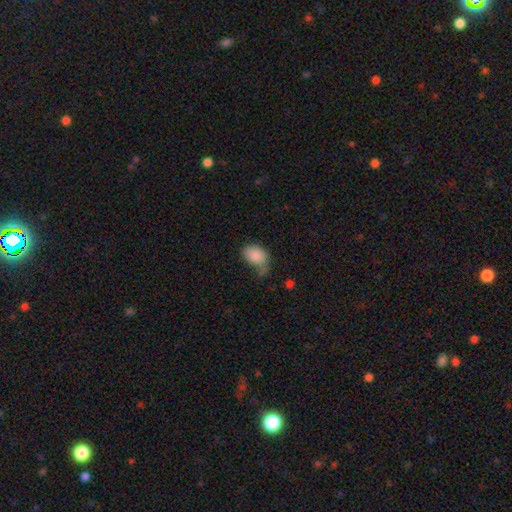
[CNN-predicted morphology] This is clearly a smooth galaxy (85%). How rounded: clearly in between (81%). Merging: marginally none (43%).